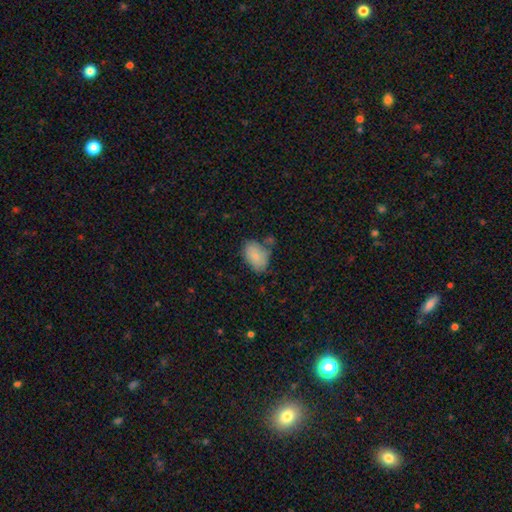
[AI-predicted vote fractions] A smooth galaxy with no disk features (80%) that is in between round and cigar-shaped (87%).

Vote fractions:
- Smooth or featured? smooth: 80% / featured or disk: 13% / star or artifact: 7%
- How rounded? in between: 87% / round: 12% / cigar-shaped: 1%
- Merging? none: 59% / minor disturbance: 25% / merger: 9% / major disturbance: 7%